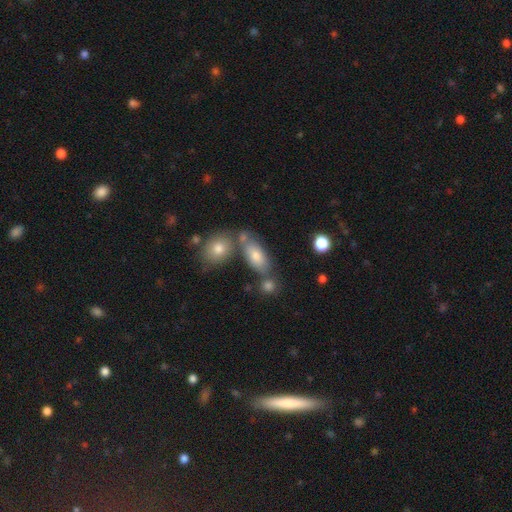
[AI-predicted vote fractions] This appears to be a smooth galaxy with no disk features (73%) that is in between round and cigar-shaped (82%). Merging: none (57%).